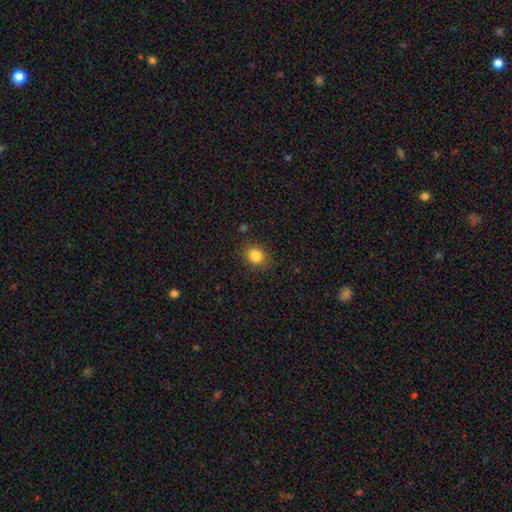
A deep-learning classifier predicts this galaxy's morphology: A smooth galaxy with no disk features (84%) that is round (59%). Merging: none (86%).